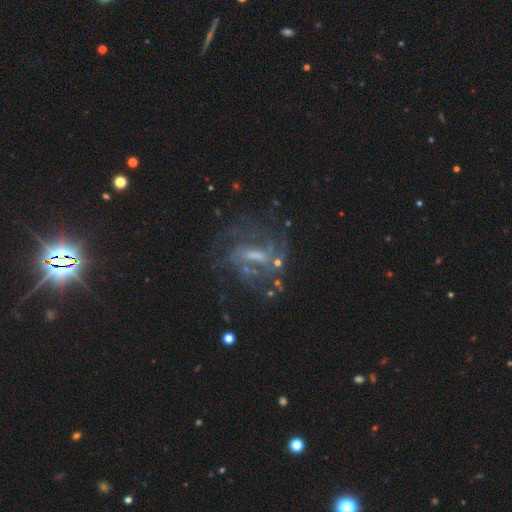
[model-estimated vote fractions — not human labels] smooth-or-featured: featured or disk: 80% | star or artifact: 11% | smooth: 9%
  disk-edge-on: no: 94% | yes: 6%
    bar: weak: 43% | strong: 39% | no: 18%
    has-spiral-arms: yes: 85% | no: 15%
      spiral-winding: medium: 43% | tight: 38% | loose: 19%
      spiral-arm-count: can't tell: 40% | 2: 24% | 3: 16% | 4: 9% | 1: 6% | more than 4: 5%
    bulge-size: moderate: 35% | small: 31% | none: 26% | large: 6% | dominant: 1%
  merging: none: 58% | major disturbance: 20% | minor disturbance: 18% | merger: 4%